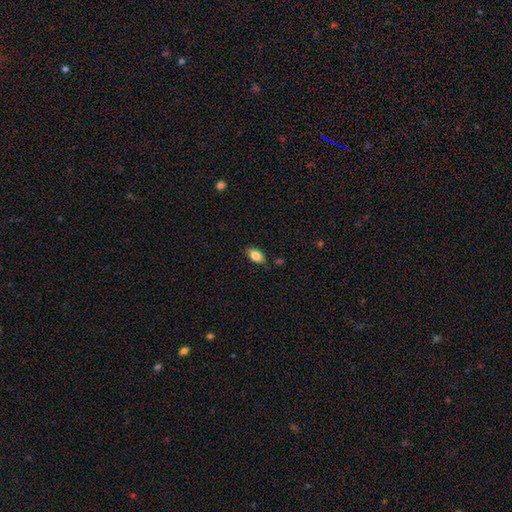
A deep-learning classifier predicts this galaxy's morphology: smooth 86%, star or artifact 8%, featured or disk 5%. Down the decision tree: how rounded — in between (90%); merging — none (82%).